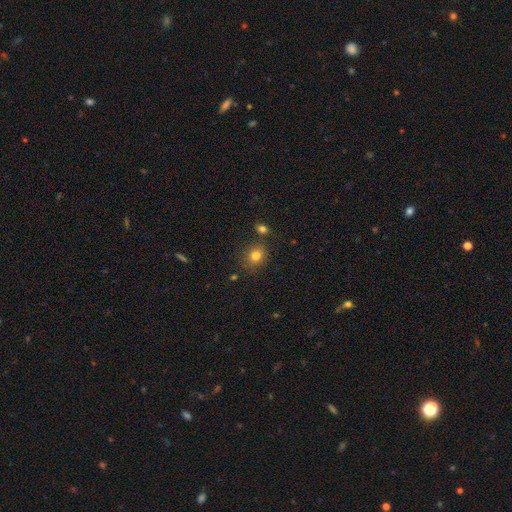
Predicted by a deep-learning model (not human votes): A smooth galaxy with no disk features (80%) that is round (74%). Merging: none (78%).